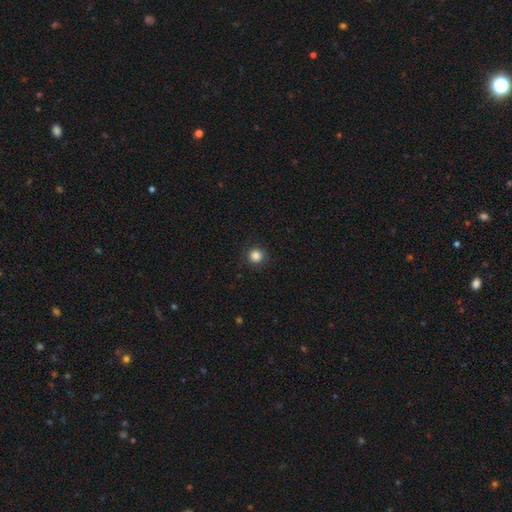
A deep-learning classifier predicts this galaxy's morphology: The model was most divided on "smooth or featured": smooth: 85%, star or artifact: 11%, featured or disk: 4%. More confident: how rounded — round (94%); merging — none (89%).